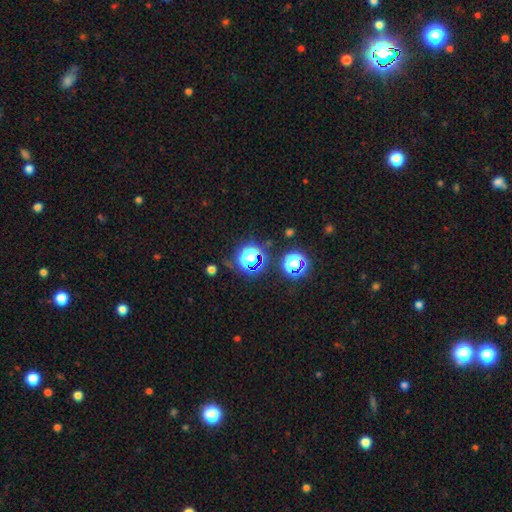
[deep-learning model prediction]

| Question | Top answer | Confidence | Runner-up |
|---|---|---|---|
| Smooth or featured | star or artifact | 73% | smooth (21%) |